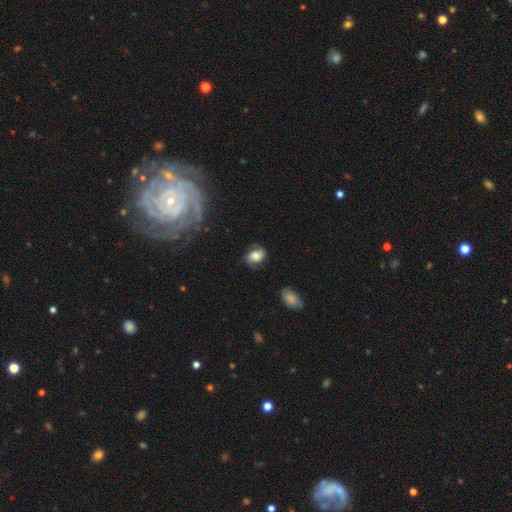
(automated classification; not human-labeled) Overall: smooth (48%; featured or disk 43%). Merging: none (66%).